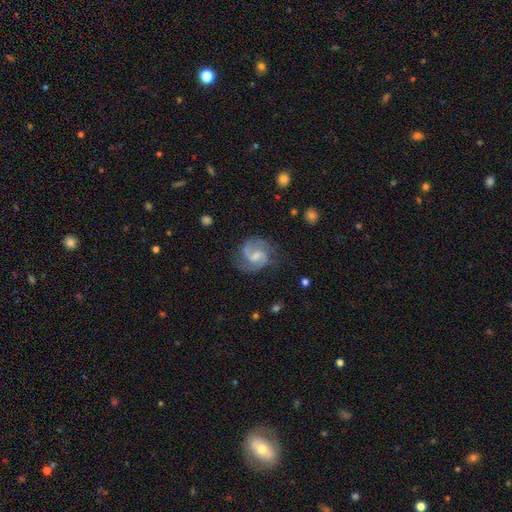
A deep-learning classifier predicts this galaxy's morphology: Smooth or featured? featured or disk (84%)
Edge-on disk? no (98%)
Bar? weak (61%)
Spiral arms? yes (96%)
Spiral winding? medium (56%)
Spiral arm count? 2 (89%)
Bulge size? small (38%)
Merging? none (70%)